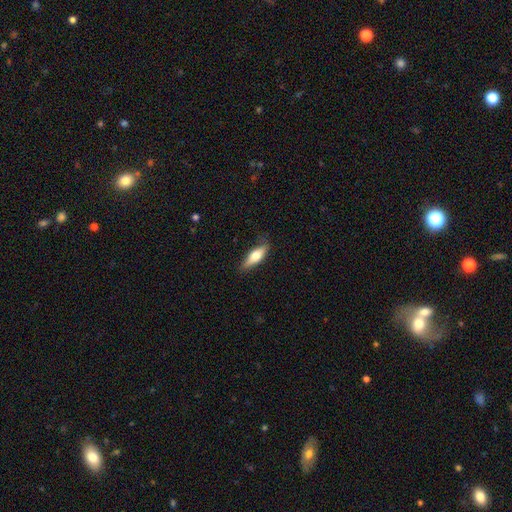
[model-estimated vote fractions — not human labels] smooth-or-featured: smooth: 63% | featured or disk: 31% | star or artifact: 6%
  how-rounded: in between: 52% | cigar-shaped: 46% | round: 3%
  merging: none: 76% | minor disturbance: 19% | major disturbance: 4% | merger: 1%